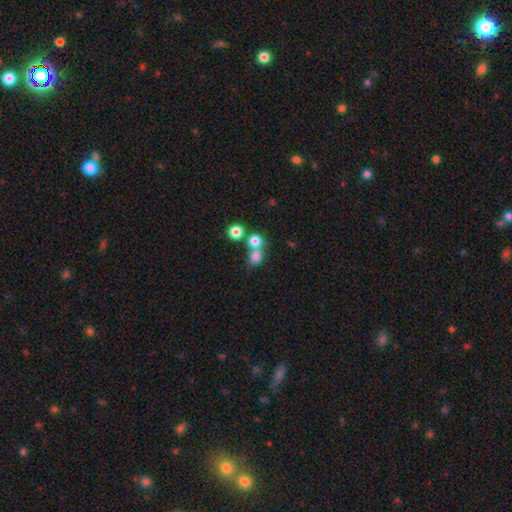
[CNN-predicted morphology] smooth_or_featured: smooth (p=0.77) [alt: star or artifact p=0.14]
how_rounded: round (p=0.79) [alt: in between p=0.20]
merging: none (p=0.47) [alt: merger p=0.41]